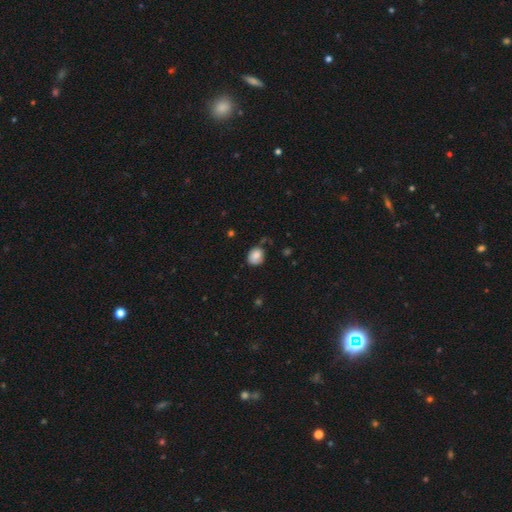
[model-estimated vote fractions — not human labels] This is clearly a smooth galaxy (81%). How rounded: possibly round (55%). Merging: likely none (64%).